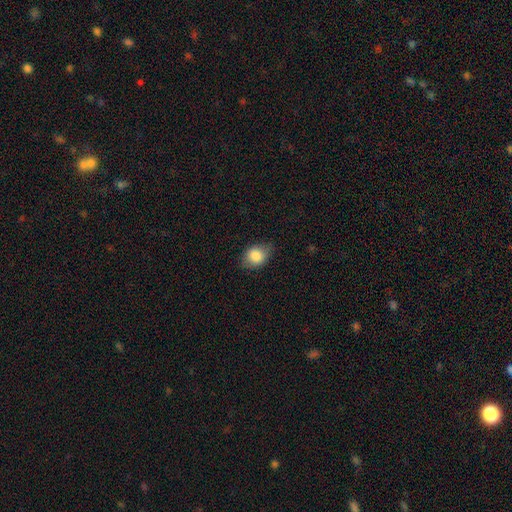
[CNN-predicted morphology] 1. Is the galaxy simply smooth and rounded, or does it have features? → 85% smooth, 8% star or artifact, 8% featured or disk.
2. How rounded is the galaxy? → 64% in between, 34% round, 1% cigar-shaped.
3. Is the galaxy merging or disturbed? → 73% none, 21% minor disturbance, 5% major disturbance, 1% merger.